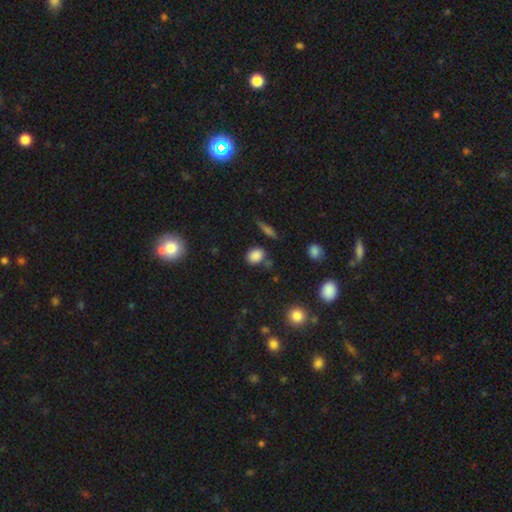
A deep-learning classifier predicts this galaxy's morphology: smooth-or-featured: smooth: 83% | star or artifact: 11% | featured or disk: 5%
  how-rounded: in between: 52% | round: 46% | cigar-shaped: 2%
  merging: none: 75% | minor disturbance: 15% | merger: 6% | major disturbance: 4%